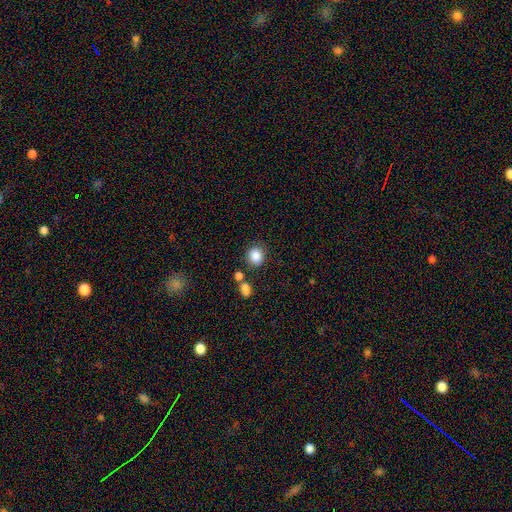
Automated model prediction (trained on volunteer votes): Q: Smooth or featured?
A: smooth (86%); runner-up: star or artifact (9%)
Q: How rounded?
A: round (79%); runner-up: in between (20%)
Q: Merging?
A: none (79%); runner-up: minor disturbance (10%)